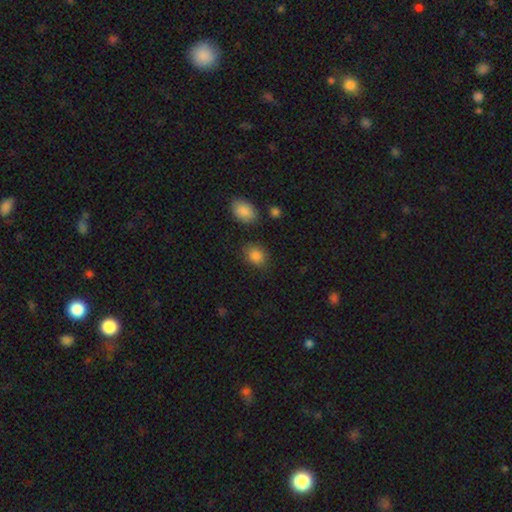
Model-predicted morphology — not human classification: type=smooth (86%); roundness=in between (55%); merging=none (77%).